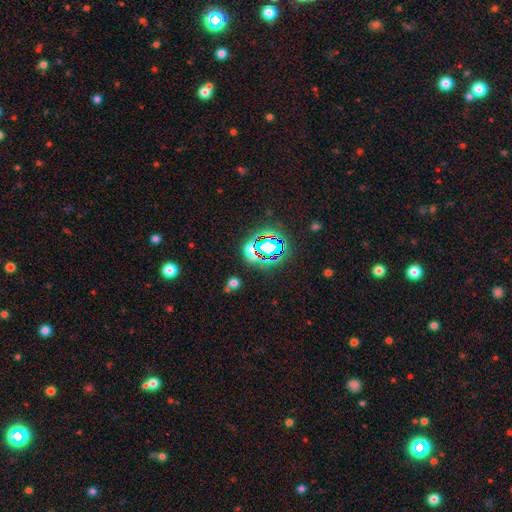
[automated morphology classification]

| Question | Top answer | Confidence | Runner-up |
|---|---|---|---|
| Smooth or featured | star or artifact | 63% | smooth (26%) |